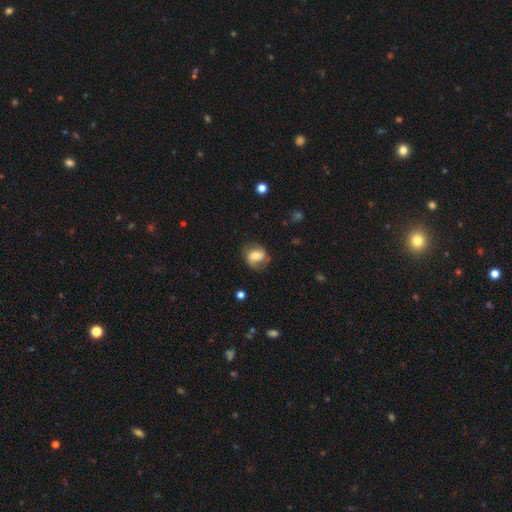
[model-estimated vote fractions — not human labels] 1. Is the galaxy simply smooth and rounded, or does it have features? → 51% smooth, 40% featured or disk, 9% star or artifact.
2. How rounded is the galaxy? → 51% round, 48% in between, 1% cigar-shaped.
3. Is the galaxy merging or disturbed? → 66% none, 22% minor disturbance, 10% major disturbance, 2% merger.